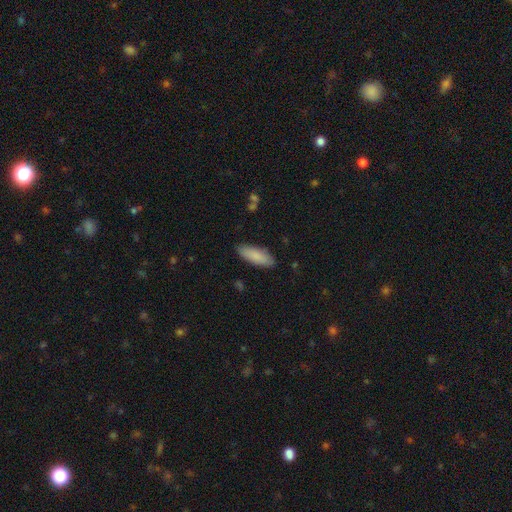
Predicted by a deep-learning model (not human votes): Smooth or featured? Predicted: smooth (p=0.86). How rounded? Predicted: in between (p=0.67). Merging? Predicted: none (p=0.86).